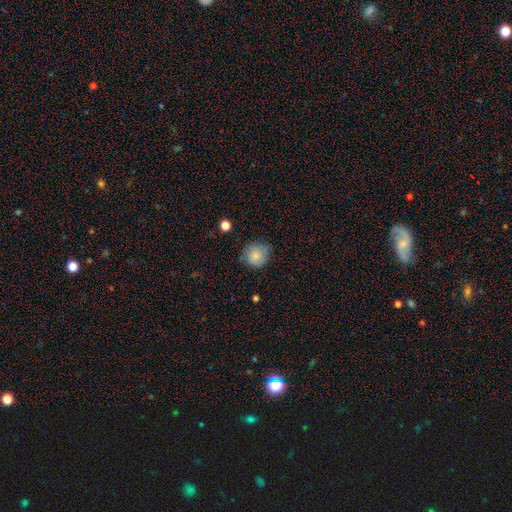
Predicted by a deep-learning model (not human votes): A smooth galaxy with no disk features (84%) that is round (88%). Merging: none (71%).